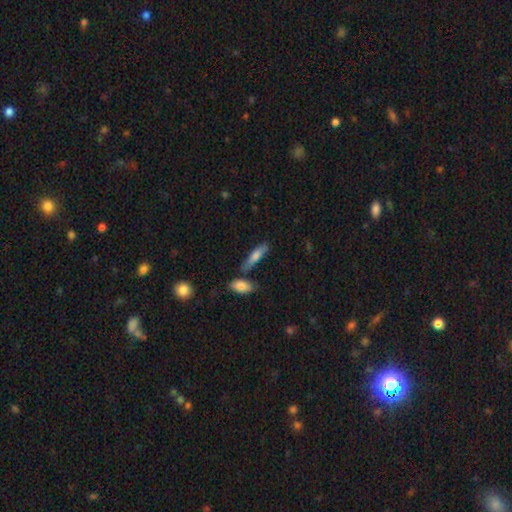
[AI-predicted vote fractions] Smooth or featured: smooth — 69% (featured or disk — 25%)
How rounded: cigar-shaped — 64% (in between — 34%)
Merging: none — 71% (minor disturbance — 14%)